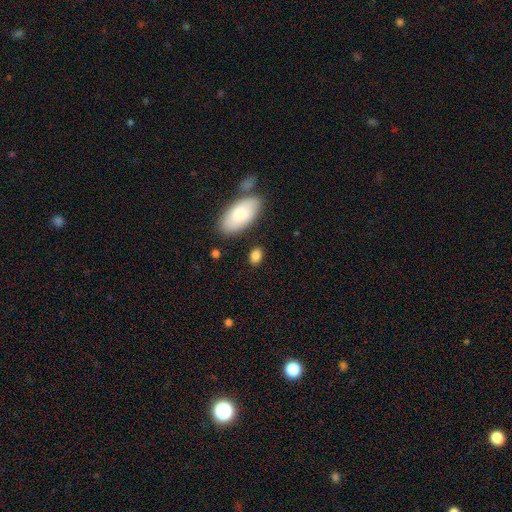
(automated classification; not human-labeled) smooth_or_featured: smooth (p=0.85) [alt: star or artifact p=0.08]
how_rounded: in between (p=0.85) [alt: round p=0.12]
merging: none (p=0.79) [alt: minor disturbance p=0.12]